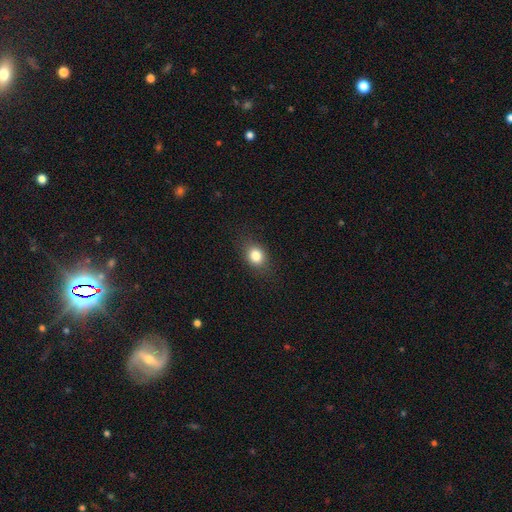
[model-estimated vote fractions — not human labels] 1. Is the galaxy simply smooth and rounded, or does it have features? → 82% smooth, 11% star or artifact, 7% featured or disk.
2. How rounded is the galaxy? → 55% round, 44% in between, 1% cigar-shaped.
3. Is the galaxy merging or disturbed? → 83% none, 12% minor disturbance, 4% major disturbance, 1% merger.